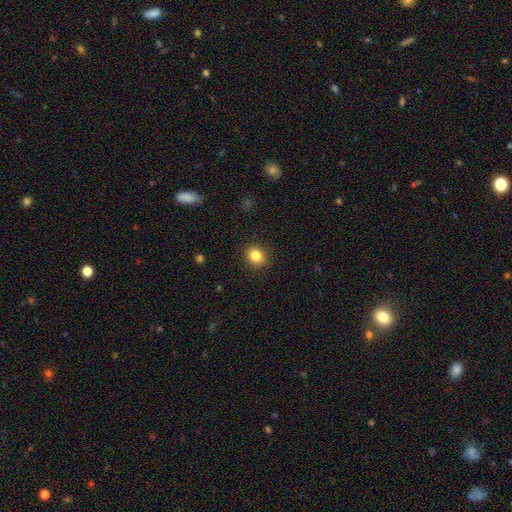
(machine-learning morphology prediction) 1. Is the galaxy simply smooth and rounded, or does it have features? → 84% smooth, 10% star or artifact, 5% featured or disk.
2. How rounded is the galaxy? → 66% round, 33% in between, 1% cigar-shaped.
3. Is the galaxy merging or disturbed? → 90% none, 7% minor disturbance, 2% major disturbance, 1% merger.